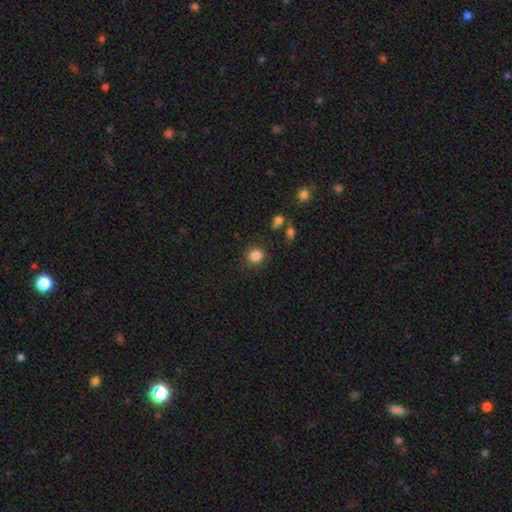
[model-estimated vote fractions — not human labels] Smooth or featured: smooth — 85% (star or artifact — 11%)
How rounded: round — 89% (in between — 10%)
Merging: none — 84% (minor disturbance — 10%)